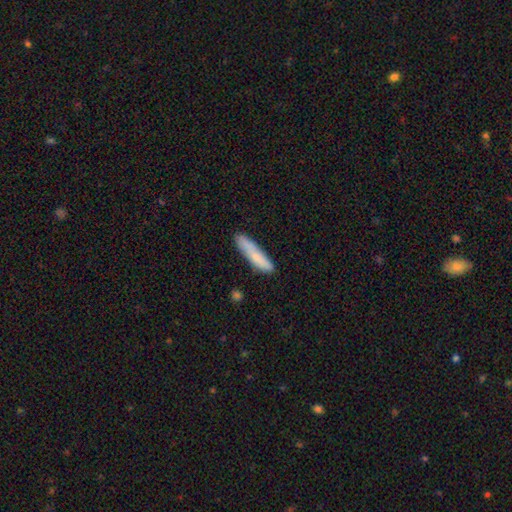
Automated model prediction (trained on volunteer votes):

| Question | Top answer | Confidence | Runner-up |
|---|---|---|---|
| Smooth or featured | smooth | 78% | featured or disk (16%) |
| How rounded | cigar-shaped | 85% | in between (13%) |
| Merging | none | 79% | minor disturbance (16%) |